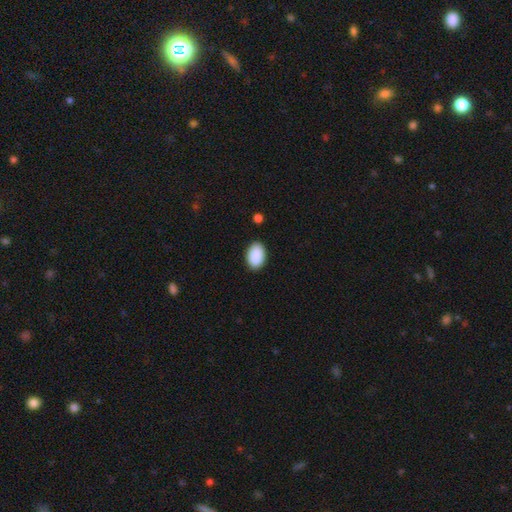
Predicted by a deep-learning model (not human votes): Overall: smooth (91%). How rounded: in between (89%). Merging: none (89%).